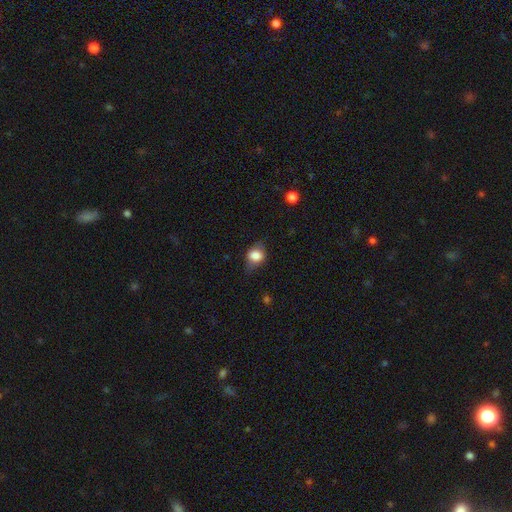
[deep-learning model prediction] smooth_or_featured: smooth (p=0.74) [alt: featured or disk p=0.17]
how_rounded: in between (p=0.54) [alt: round p=0.44]
merging: none (p=0.64) [alt: minor disturbance p=0.26]